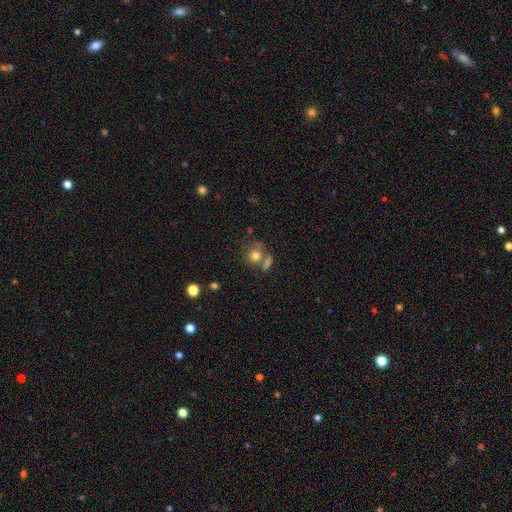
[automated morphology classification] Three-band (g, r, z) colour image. It shows a smooth galaxy with no disk features (75%) that is round (80%). Merging: none (51%).